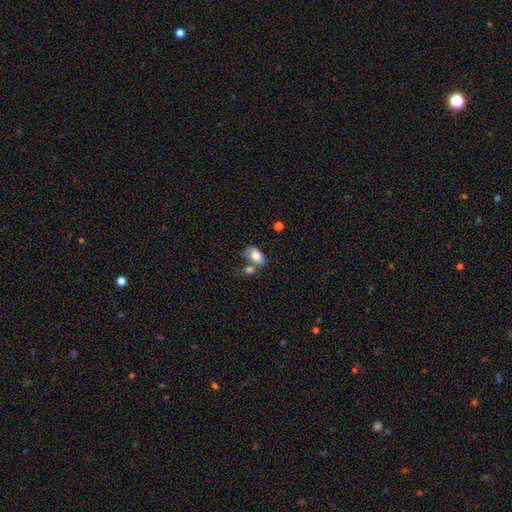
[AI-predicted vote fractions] Morphology: type=smooth (78%); roundness=in between (89%); merging=none (36%).